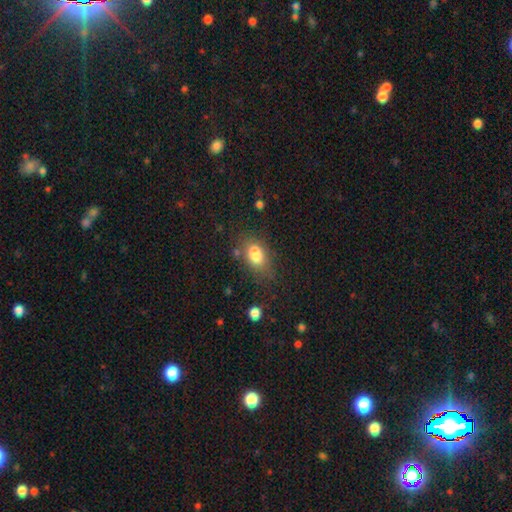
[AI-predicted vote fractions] Smooth or featured?
  - smooth: 76% *
  - featured or disk: 13%
  - star or artifact: 10%
How rounded?
  - in between: 82% *
  - round: 15%
  - cigar-shaped: 3%
Merging?
  - none: 54% *
  - minor disturbance: 20%
  - merger: 18%
  - major disturbance: 8%